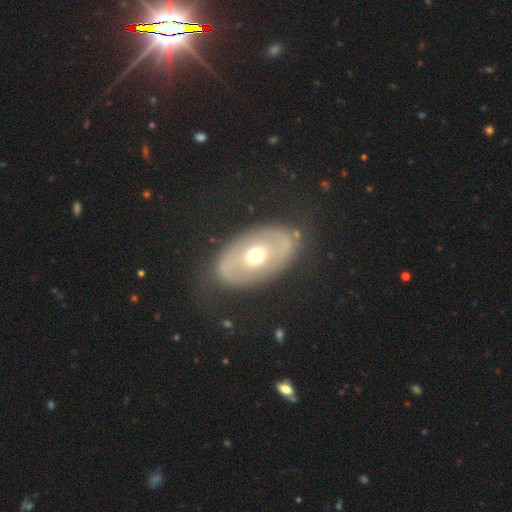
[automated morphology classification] Smooth or featured: featured or disk — 57% (smooth — 36%)
Edge-on disk: no — 91% (yes — 9%)
Bar: no — 80% (weak — 13%)
Spiral arms: no — 79% (yes — 21%)
Bulge size: moderate — 74% (large — 13%)
Merging: none — 80% (minor disturbance — 12%)